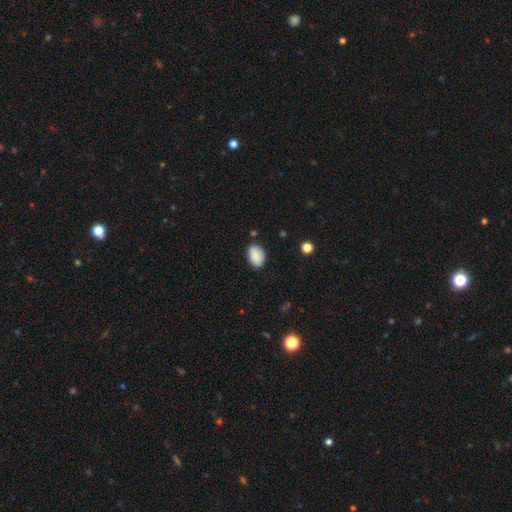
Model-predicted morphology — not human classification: A smooth galaxy with no disk features (86%) that is in between round and cigar-shaped (86%). Merging: none (75%).